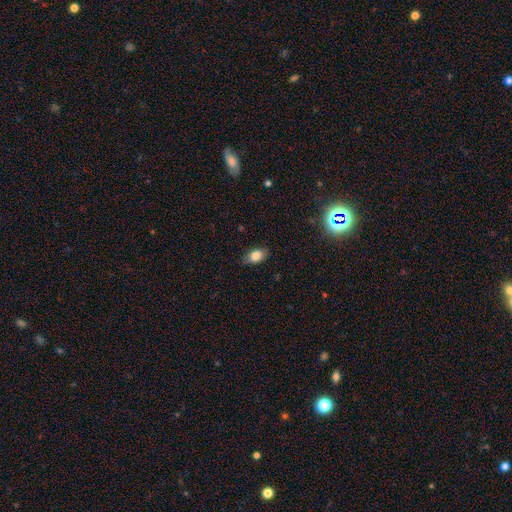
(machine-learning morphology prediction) Smooth or featured?
  - smooth: 82% *
  - featured or disk: 9%
  - star or artifact: 9%
How rounded?
  - in between: 87% *
  - round: 11%
  - cigar-shaped: 2%
Merging?
  - none: 80% *
  - minor disturbance: 16%
  - major disturbance: 3%
  - merger: 1%